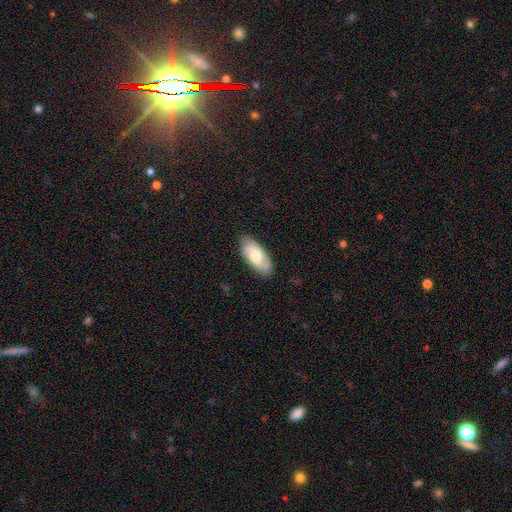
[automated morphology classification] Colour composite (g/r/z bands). It shows a smooth galaxy with no disk features (56%) that is in between round and cigar-shaped (86%). Merging: none (83%).